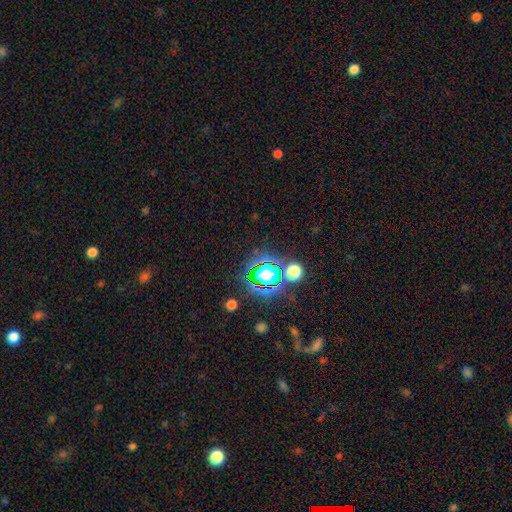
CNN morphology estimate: smooth-or-featured: star or artifact: 79% | smooth: 13% | featured or disk: 8%